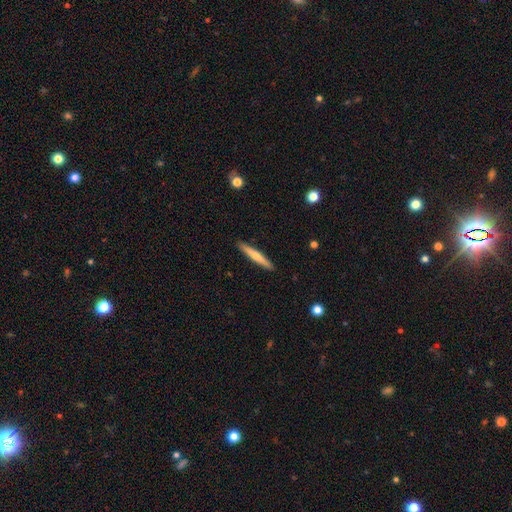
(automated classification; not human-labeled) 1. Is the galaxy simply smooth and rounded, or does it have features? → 58% smooth, 37% featured or disk, 5% star or artifact.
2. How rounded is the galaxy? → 94% cigar-shaped, 4% in between, 1% round.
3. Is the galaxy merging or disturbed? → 91% none, 6% minor disturbance, 1% major disturbance, 1% merger.